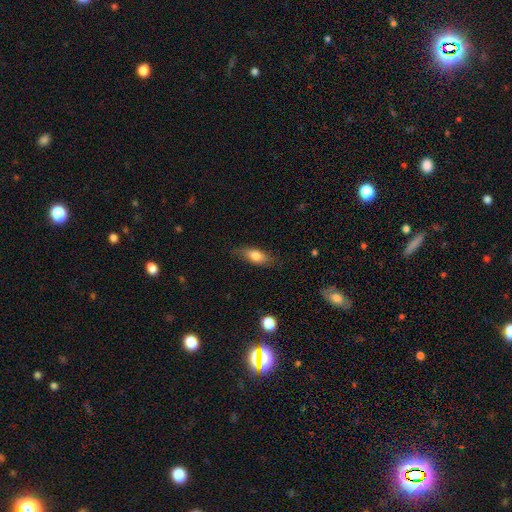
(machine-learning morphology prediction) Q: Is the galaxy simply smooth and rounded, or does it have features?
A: smooth — 74%.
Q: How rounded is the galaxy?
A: in between — 74%.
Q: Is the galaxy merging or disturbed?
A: none — 76%.